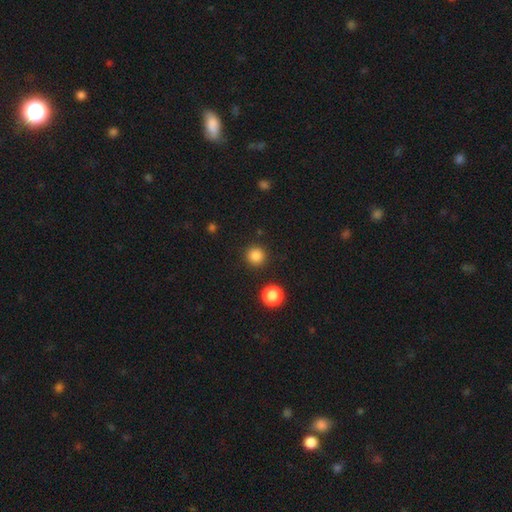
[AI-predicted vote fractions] Smooth or featured: smooth — 84% (star or artifact — 12%)
How rounded: round — 95% (in between — 5%)
Merging: none — 90% (minor disturbance — 5%)